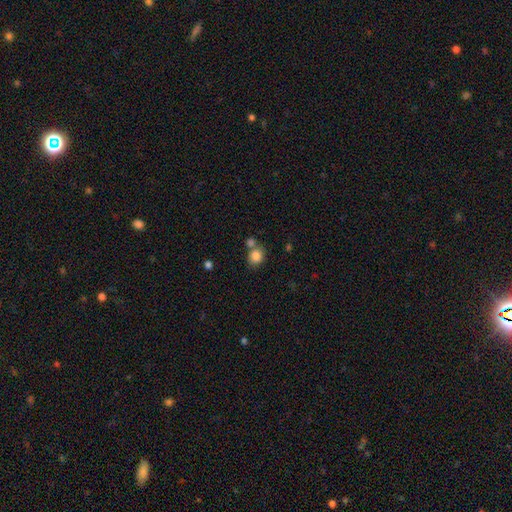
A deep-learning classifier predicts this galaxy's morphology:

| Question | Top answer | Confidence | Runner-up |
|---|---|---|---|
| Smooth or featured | smooth | 84% | star or artifact (10%) |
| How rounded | round | 72% | in between (27%) |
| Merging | none | 56% | merger (29%) |